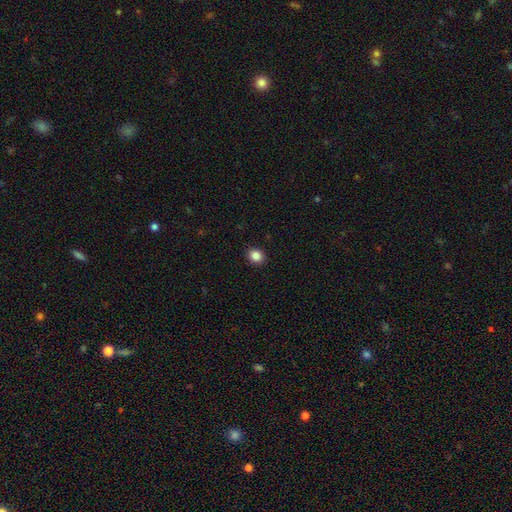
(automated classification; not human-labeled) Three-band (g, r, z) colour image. It shows a smooth galaxy with no disk features (86%) that is round (66%). Merging: none (91%).